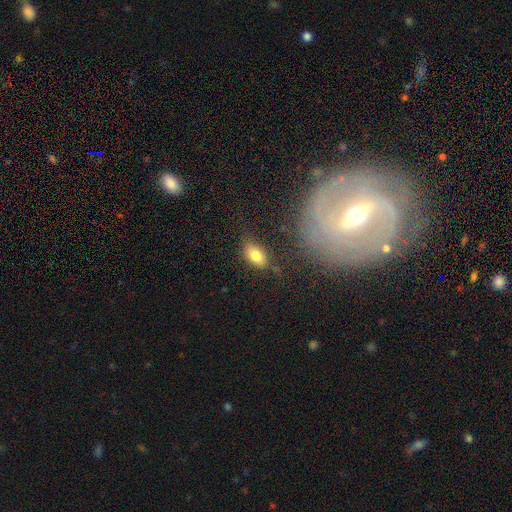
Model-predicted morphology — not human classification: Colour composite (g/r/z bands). It shows a smooth galaxy with no disk features (79%) that is in between round and cigar-shaped (88%). Merging: none (76%).